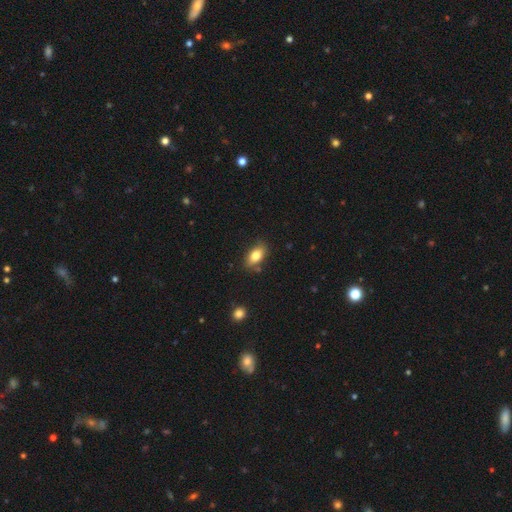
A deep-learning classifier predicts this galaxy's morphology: Smooth or featured? smooth (80%)
How rounded? in between (88%)
Merging? none (80%)